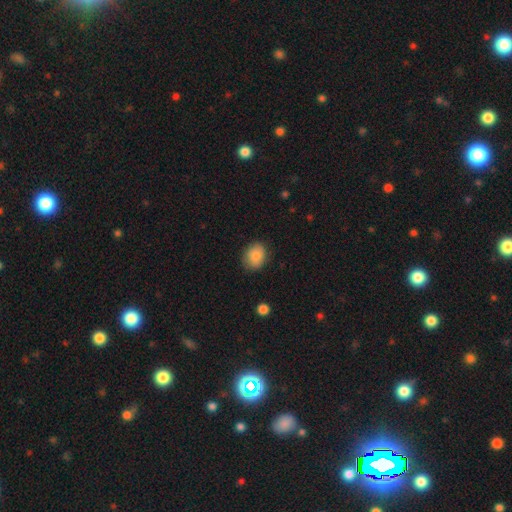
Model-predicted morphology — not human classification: A smooth galaxy with no disk features (85%) that is in between round and cigar-shaped (52%). Merging: none (83%).